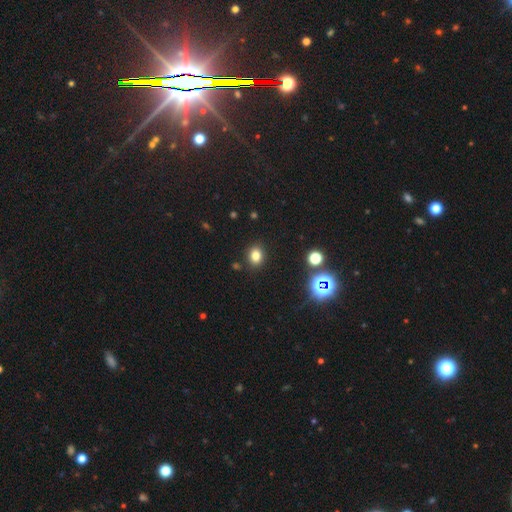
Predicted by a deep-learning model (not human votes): Smooth or featured? Predicted: smooth (p=0.78). How rounded? Predicted: round (p=0.53). Merging? Predicted: none (p=0.88).